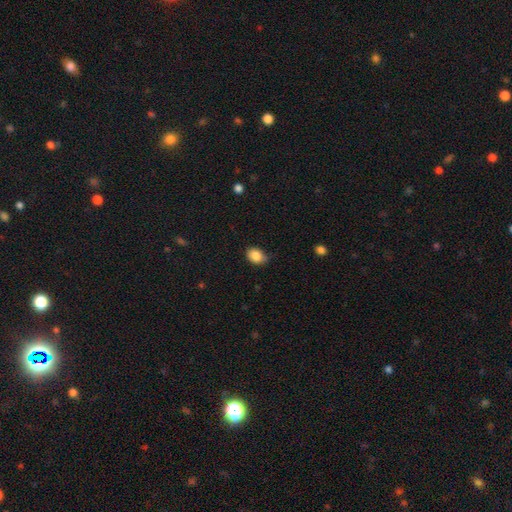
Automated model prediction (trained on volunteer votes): This is clearly a smooth galaxy (86%). How rounded: likely in between (63%). Merging: likely none (67%).